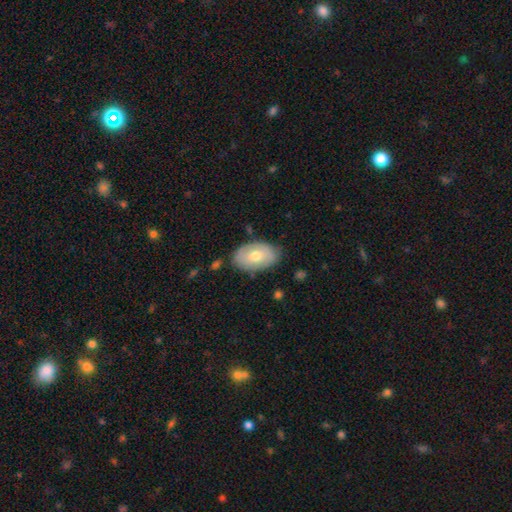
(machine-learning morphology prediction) Smooth or featured?
  - smooth: 63% *
  - featured or disk: 32%
  - star or artifact: 6%
How rounded?
  - in between: 92% *
  - round: 7%
  - cigar-shaped: 1%
Merging?
  - none: 77% *
  - minor disturbance: 18%
  - major disturbance: 4%
  - merger: 2%